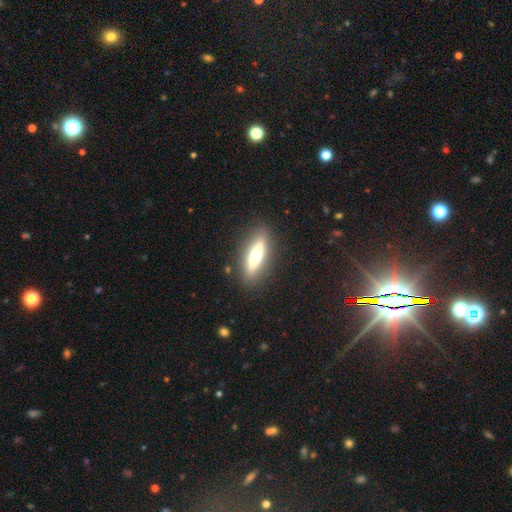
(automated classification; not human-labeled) Smooth or featured: smooth — 49% (featured or disk — 45%)
Merging: none — 86% (minor disturbance — 9%)